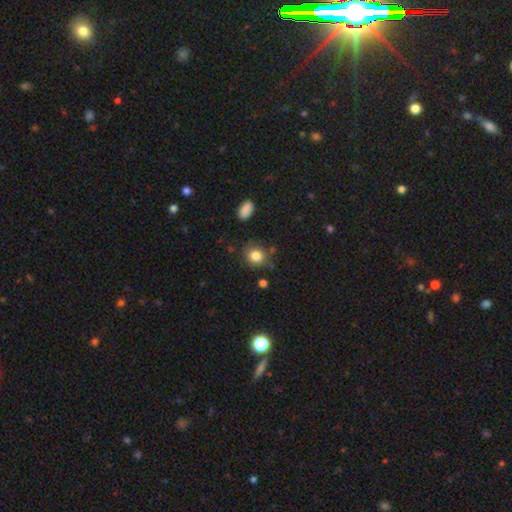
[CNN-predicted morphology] The model was most divided on "how rounded": round: 79%, in between: 20%, cigar-shaped: 1%. More confident: smooth or featured — smooth (84%); merging — none (77%).